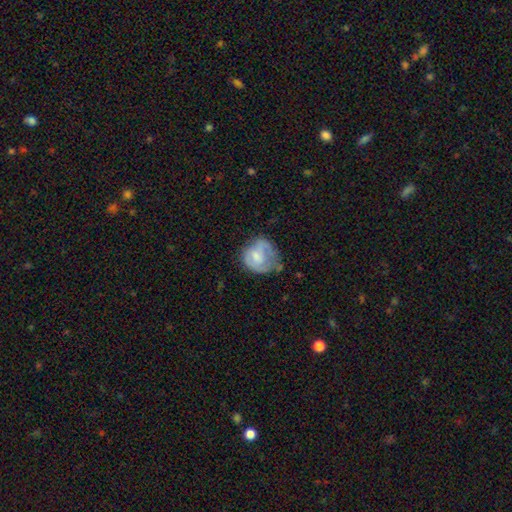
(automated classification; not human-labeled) This is possibly a smooth galaxy (51%). How rounded: likely round (66%). Merging: marginally none (34%, tied with minor disturbance).